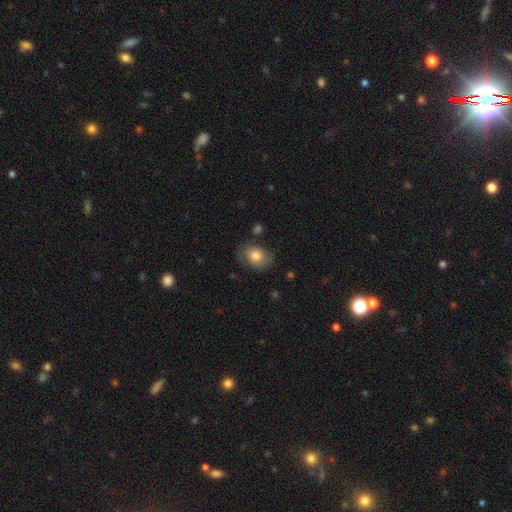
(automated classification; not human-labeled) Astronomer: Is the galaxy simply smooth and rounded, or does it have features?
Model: smooth — 79%.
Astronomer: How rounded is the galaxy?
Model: in between — 60% (runner-up: round, 39%).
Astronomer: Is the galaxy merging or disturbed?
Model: none — 70%.